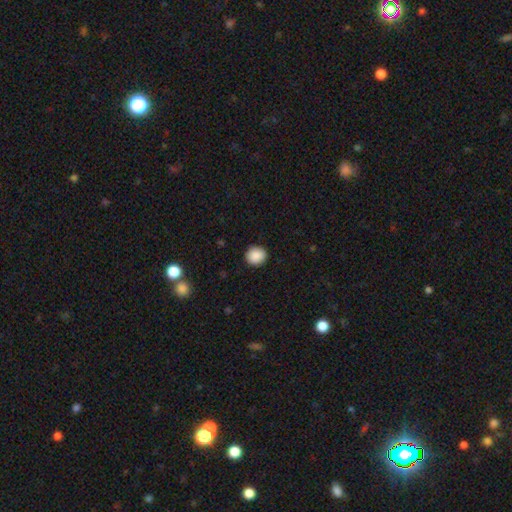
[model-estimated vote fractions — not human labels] smooth 89%, star or artifact 8%, featured or disk 3%. Down the decision tree: how rounded — round (88%); merging — none (91%).